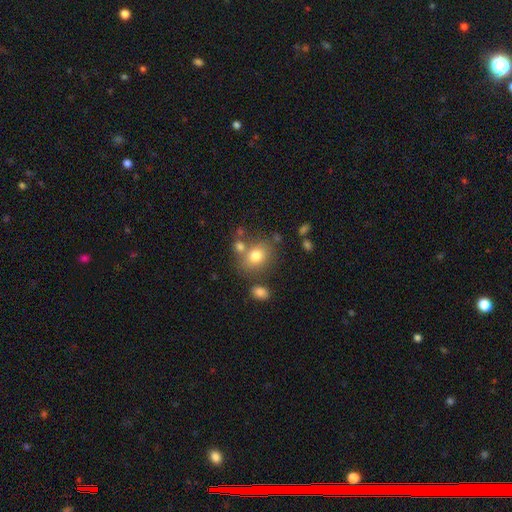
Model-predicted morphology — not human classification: A smooth galaxy with no disk features (76%) that is round (58%).

Vote fractions:
- Smooth or featured? smooth: 76% / featured or disk: 12% / star or artifact: 12%
- How rounded? round: 58% / in between: 41% / cigar-shaped: 1%
- Merging? none: 63% / merger: 19% / minor disturbance: 13% / major disturbance: 5%